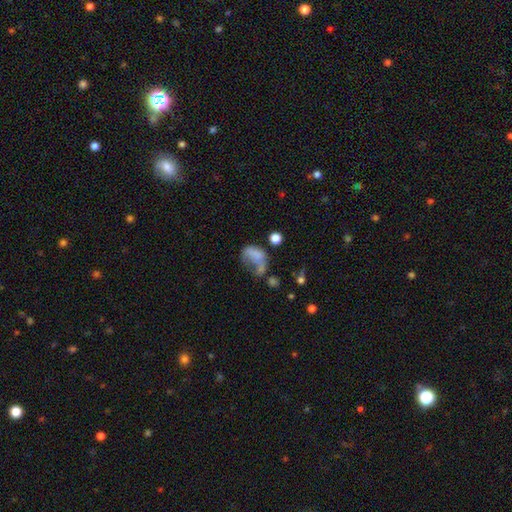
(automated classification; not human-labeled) A smooth galaxy with no disk features (57%) that is in between round and cigar-shaped (77%).

Vote fractions:
- Smooth or featured? smooth: 57% / featured or disk: 28% / star or artifact: 14%
- How rounded? in between: 77% / round: 20% / cigar-shaped: 2%
- Merging? major disturbance: 45% / none: 19% / merger: 19% / minor disturbance: 17%